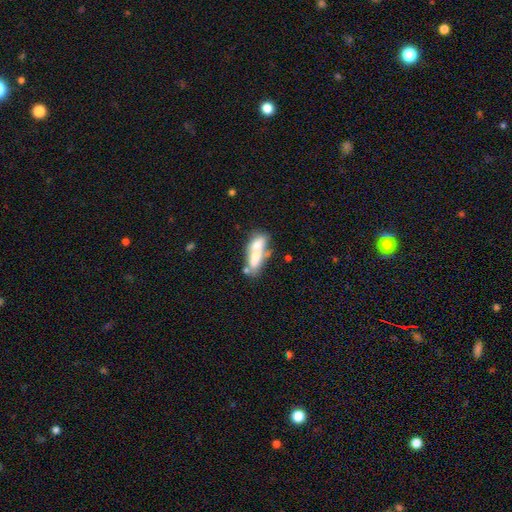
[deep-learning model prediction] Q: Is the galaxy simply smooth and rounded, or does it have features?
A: smooth — 59%.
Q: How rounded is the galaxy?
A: in between — 63%.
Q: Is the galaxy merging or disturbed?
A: merger — 47%.